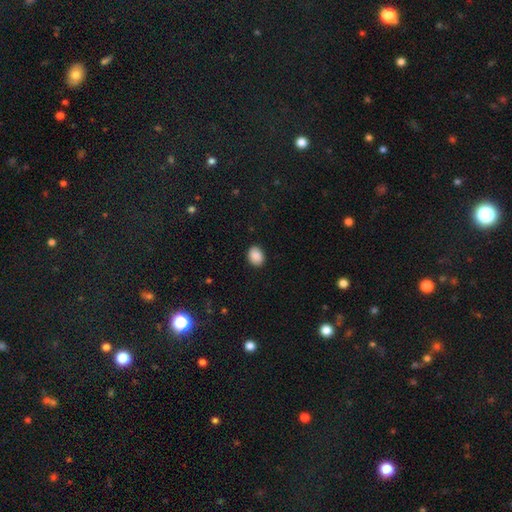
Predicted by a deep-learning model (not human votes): Overall: smooth (90%). How rounded: in between (60%; round 39%). Merging: none (88%).